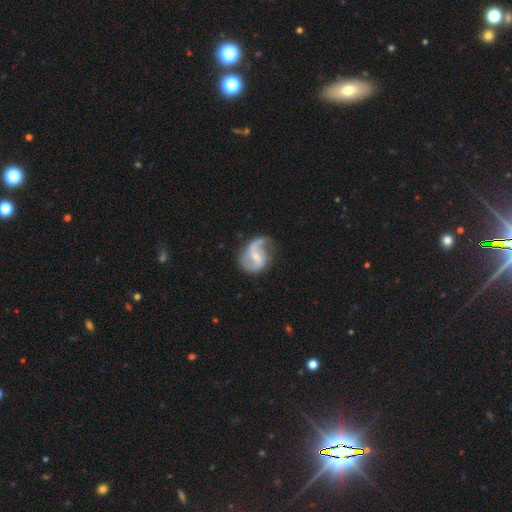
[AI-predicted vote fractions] A featured or disk galaxy (83%) with a weak bar (51%), 2 (79%) loose (57%) spiral arms (94%) and a small central bulge (54%).

Vote fractions:
- Smooth or featured? featured or disk: 83% / smooth: 12% / star or artifact: 5%
- Edge-on disk? no: 98% / yes: 2%
- Bar? weak: 51% / no: 25% / strong: 24%
- Spiral arms? yes: 94% / no: 6%
- Spiral winding? loose: 57% / medium: 35% / tight: 8%
- Spiral arm count? 2: 79% / 1: 14% / can't tell: 4% / 3: 1% / 4: 1% / more than 4: 1%
- Bulge size? small: 54% / moderate: 34% / none: 9% / large: 2% / dominant: 1%
- Merging? none: 56% / minor disturbance: 25% / major disturbance: 16% / merger: 2%